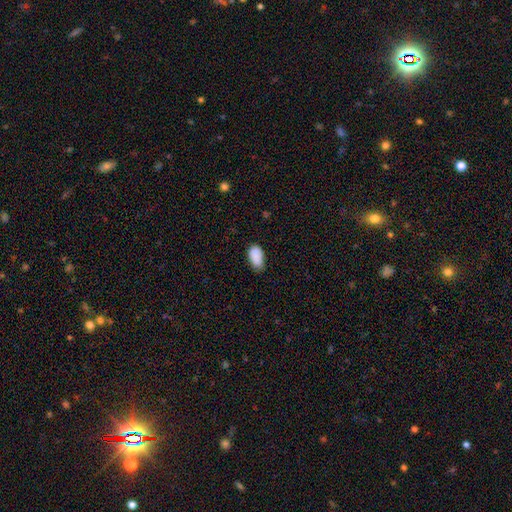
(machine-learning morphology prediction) Smooth or featured: smooth — 89% (star or artifact — 7%)
How rounded: in between — 94% (round — 4%)
Merging: none — 63% (minor disturbance — 31%)